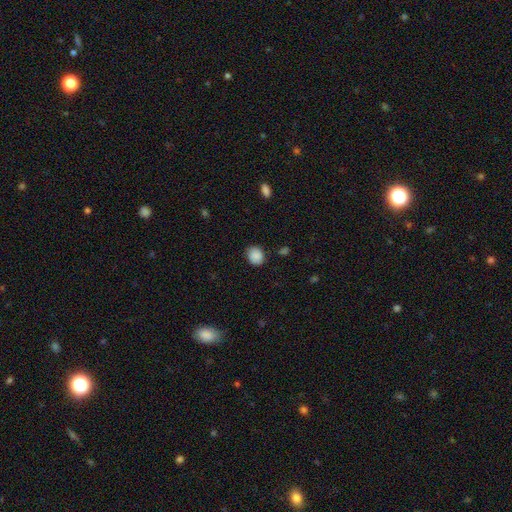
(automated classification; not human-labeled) Smooth or featured?
  - smooth: 87% *
  - star or artifact: 8%
  - featured or disk: 5%
How rounded?
  - round: 72% *
  - in between: 28%
  - cigar-shaped: 1%
Merging?
  - none: 80% *
  - minor disturbance: 16%
  - major disturbance: 3%
  - merger: 2%